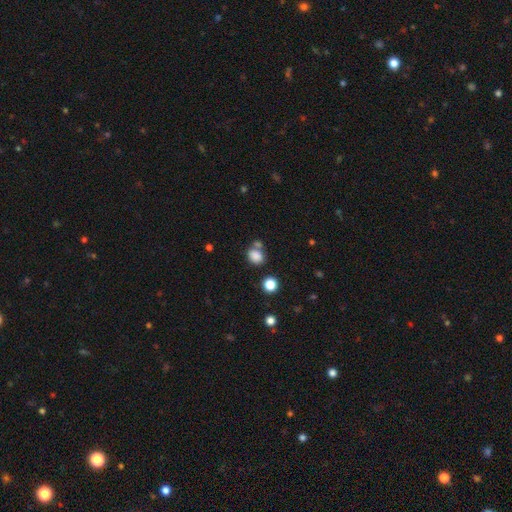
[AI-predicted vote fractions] Morphology: type=smooth (83%); roundness=round (54%); merging=none (57%).